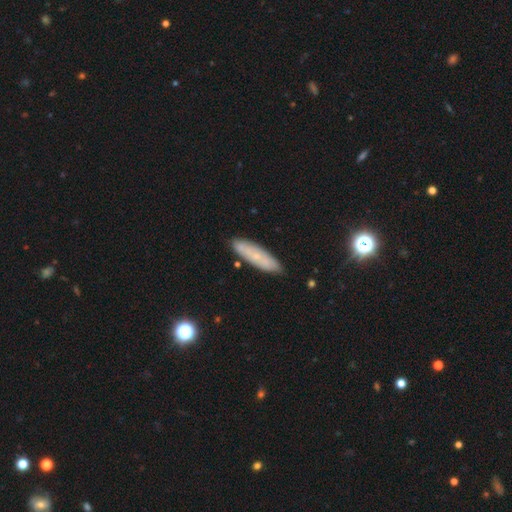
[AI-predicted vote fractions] This appears to be a smooth galaxy with no disk features (59%) that is cigar-shaped (70%). Merging: none (86%).